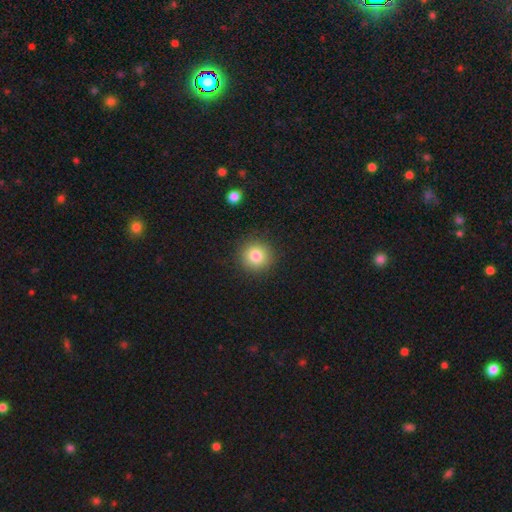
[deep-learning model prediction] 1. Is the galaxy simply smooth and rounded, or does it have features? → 81% smooth, 11% star or artifact, 8% featured or disk.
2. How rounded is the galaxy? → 93% round, 6% in between, 1% cigar-shaped.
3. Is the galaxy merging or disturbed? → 90% none, 6% minor disturbance, 2% major disturbance, 1% merger.